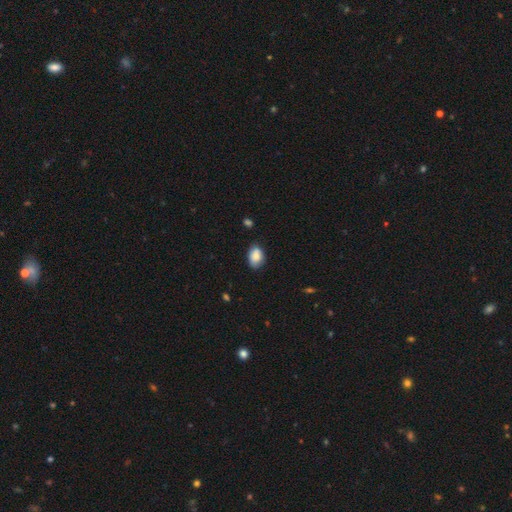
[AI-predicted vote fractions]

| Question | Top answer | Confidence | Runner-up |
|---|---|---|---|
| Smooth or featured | smooth | 83% | featured or disk (9%) |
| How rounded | in between | 86% | round (13%) |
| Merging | none | 72% | minor disturbance (22%) |